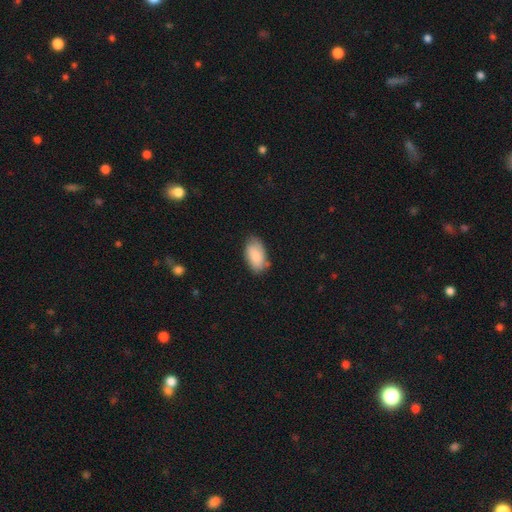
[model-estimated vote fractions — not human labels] A smooth galaxy with no disk features (85%) that is in between round and cigar-shaped (94%). Merging: none (69%).